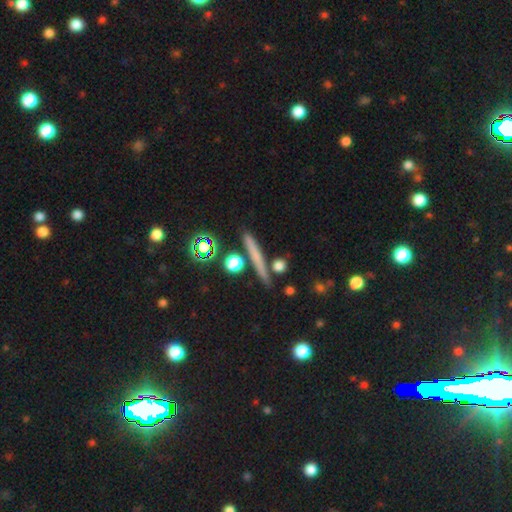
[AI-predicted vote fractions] A smooth galaxy with no disk features (52%) that is cigar-shaped (86%). Merging: none (83%).